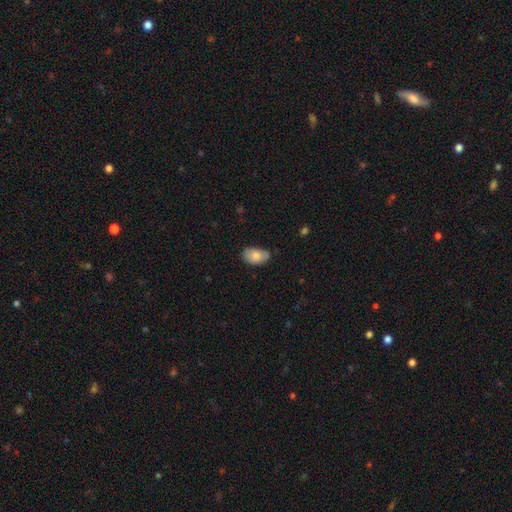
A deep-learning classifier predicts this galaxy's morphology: The model was most divided on "merging": none: 60%, minor disturbance: 33%, major disturbance: 5%, merger: 2%. More confident: how rounded — in between (92%); smooth or featured — smooth (80%).